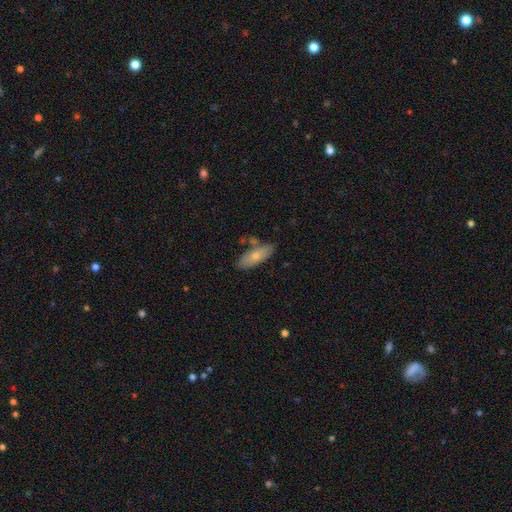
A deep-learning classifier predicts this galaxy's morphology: smooth-or-featured: smooth: 68% | featured or disk: 25% | star or artifact: 6%
  how-rounded: in between: 70% | cigar-shaped: 27% | round: 3%
  merging: none: 73% | minor disturbance: 15% | merger: 9% | major disturbance: 3%